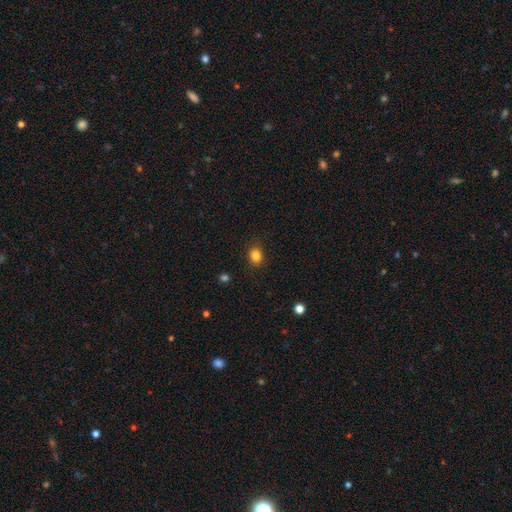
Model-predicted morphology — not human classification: smooth_or_featured: smooth (p=0.84) [alt: star or artifact p=0.11]
how_rounded: round (p=0.55) [alt: in between p=0.44]
merging: none (p=0.88) [alt: minor disturbance p=0.09]